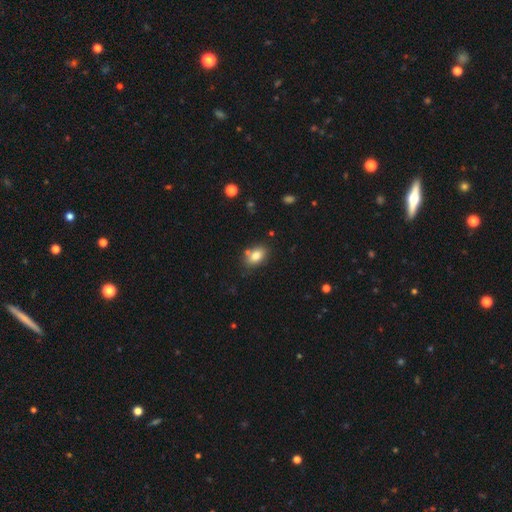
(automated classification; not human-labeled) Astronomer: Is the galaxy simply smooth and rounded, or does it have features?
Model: smooth — 80%.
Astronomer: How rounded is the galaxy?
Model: in between — 83%.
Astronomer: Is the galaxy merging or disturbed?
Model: none — 73%.